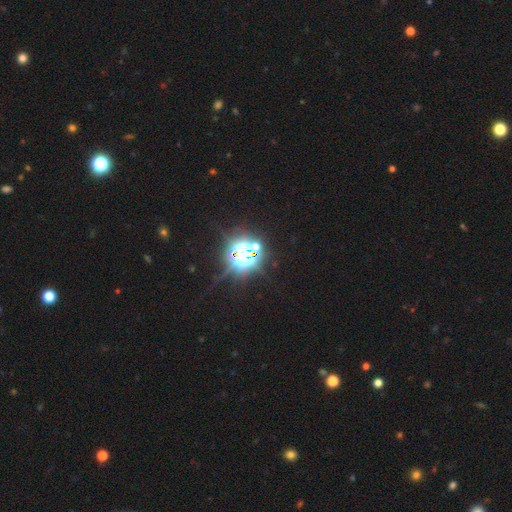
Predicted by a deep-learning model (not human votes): Smooth or featured? Predicted: star or artifact (p=0.81).